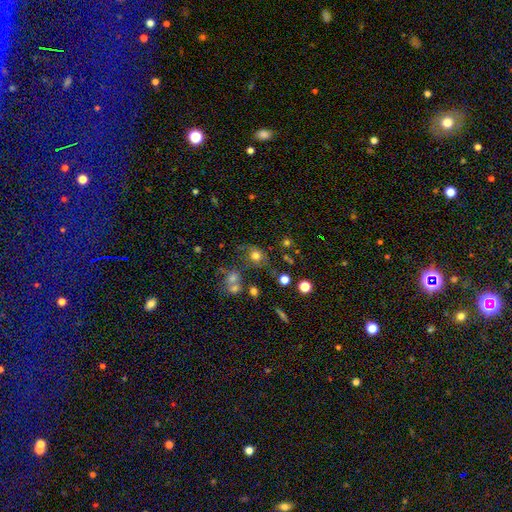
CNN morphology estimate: A smooth galaxy with no disk features (69%) that is round (69%). Merging: none (57%).